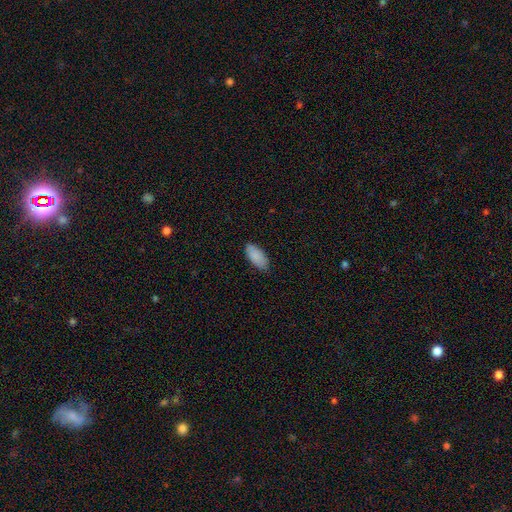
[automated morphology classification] type=smooth (88%); roundness=in between (92%); merging=none (82%).